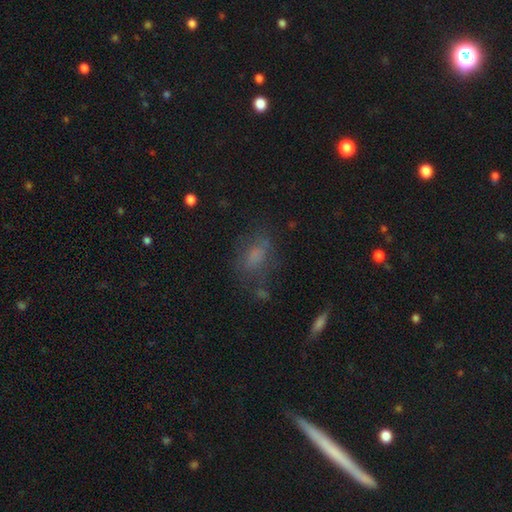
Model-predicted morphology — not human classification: Smooth or featured? Predicted: smooth (p=0.61). How rounded? Predicted: in between (p=0.80). Merging? Predicted: none (p=0.57).